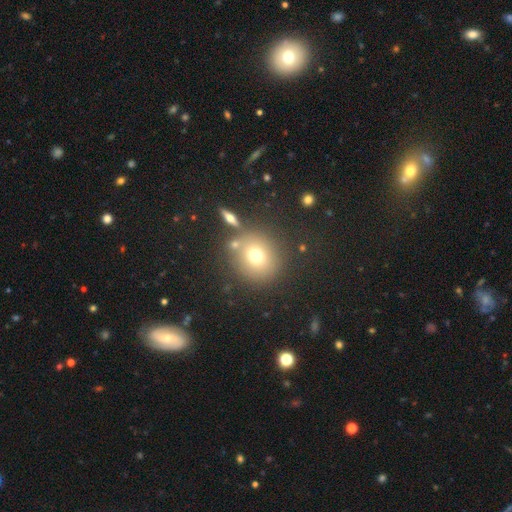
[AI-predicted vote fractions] smooth_or_featured: smooth (p=0.70) [alt: featured or disk p=0.15]
how_rounded: round (p=0.87) [alt: in between p=0.12]
merging: none (p=0.75) [alt: merger p=0.11]